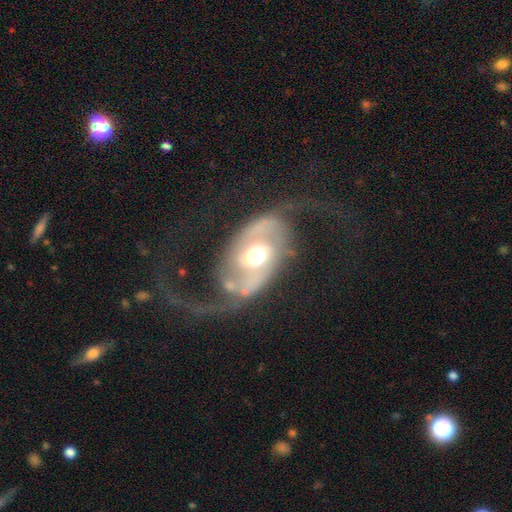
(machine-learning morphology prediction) smooth_or_featured: featured or disk (p=0.85) [alt: smooth p=0.10]
disk_edge_on: no (p=0.96) [alt: yes p=0.04]
bar: no (p=0.43) [alt: weak p=0.38]
has_spiral_arms: yes (p=0.90) [alt: no p=0.10]
spiral_winding: loose (p=0.49) [alt: medium p=0.38]
spiral_arm_count: 2 (p=0.88) [alt: can't tell p=0.05]
bulge_size: moderate (p=0.61) [alt: large p=0.30]
merging: none (p=0.45) [alt: major disturbance p=0.33]